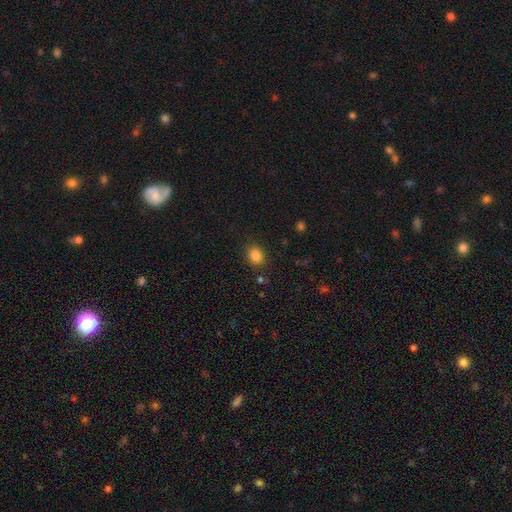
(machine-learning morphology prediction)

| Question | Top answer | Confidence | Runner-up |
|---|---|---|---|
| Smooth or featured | smooth | 84% | star or artifact (11%) |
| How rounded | round | 56% | in between (43%) |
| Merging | none | 85% | minor disturbance (10%) |